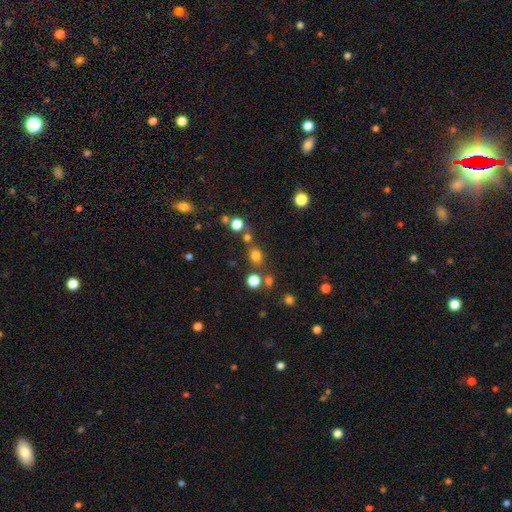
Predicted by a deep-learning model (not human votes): A smooth galaxy with no disk features (75%) that is round (73%). Merging: none (73%).